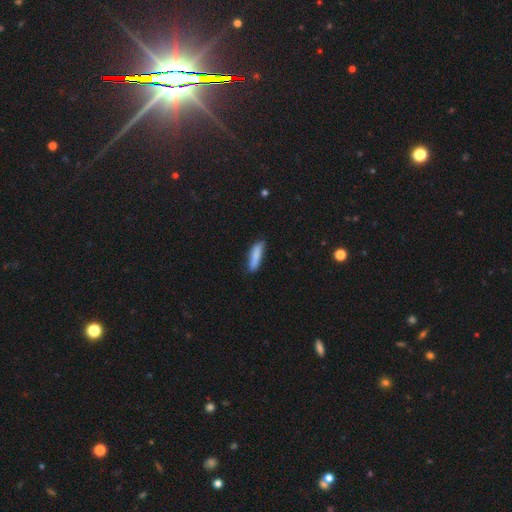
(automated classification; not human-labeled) Overall: smooth (82%). How rounded: cigar-shaped (72%). Merging: none (74%).